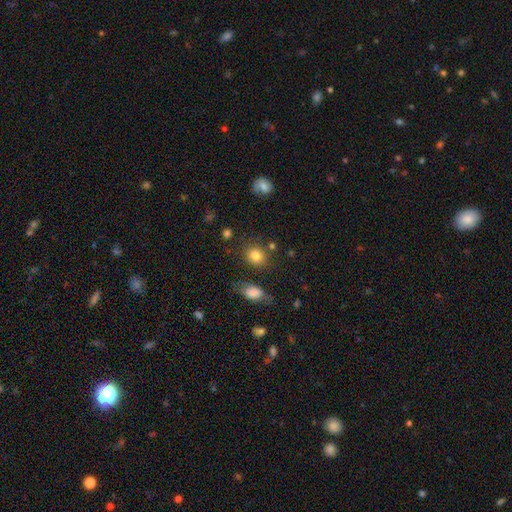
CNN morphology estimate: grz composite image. It shows a smooth galaxy with no disk features (83%) that is round (66%). Merging: none (75%).